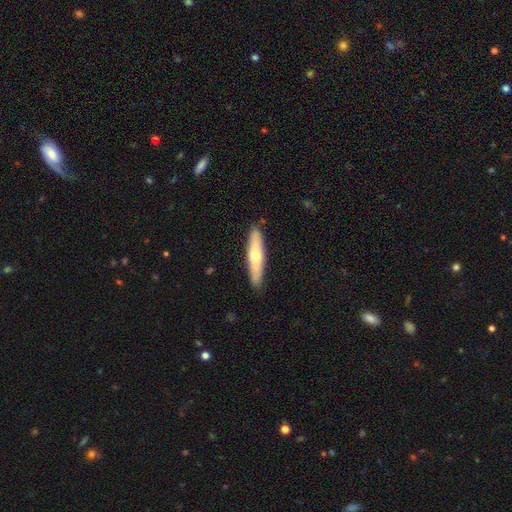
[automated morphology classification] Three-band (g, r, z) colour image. It shows a smooth galaxy with no disk features (58%) that is cigar-shaped (83%). Merging: none (88%).